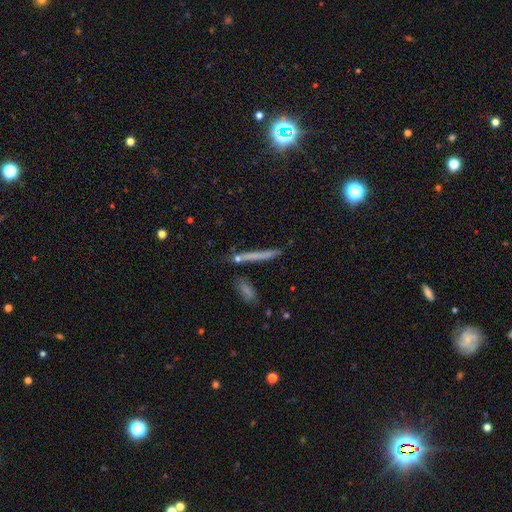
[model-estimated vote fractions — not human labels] This is possibly a smooth galaxy (57%). How rounded: clearly cigar-shaped (94%). Merging: likely none (77%).